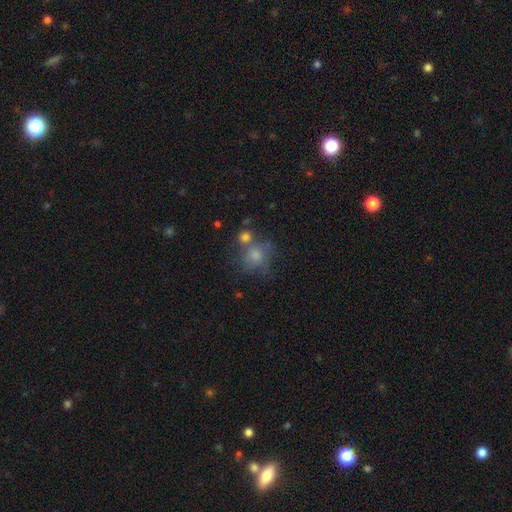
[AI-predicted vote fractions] Q: Smooth or featured?
A: smooth (73%); runner-up: featured or disk (16%)
Q: How rounded?
A: round (80%); runner-up: in between (19%)
Q: Merging?
A: none (46%); runner-up: merger (25%)